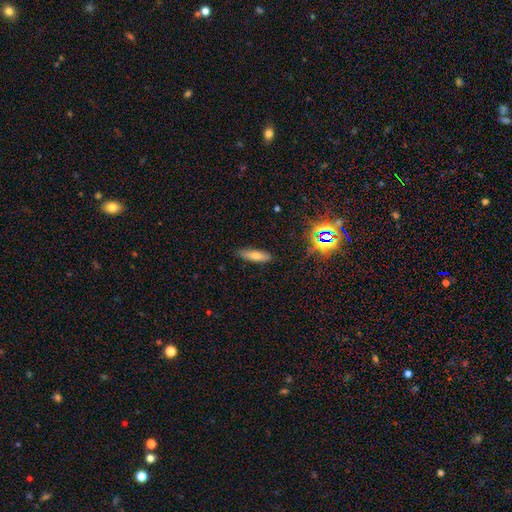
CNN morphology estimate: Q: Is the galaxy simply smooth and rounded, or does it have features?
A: smooth — 69%.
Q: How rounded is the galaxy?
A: cigar-shaped — 60%.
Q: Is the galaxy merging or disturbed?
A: none — 86%.